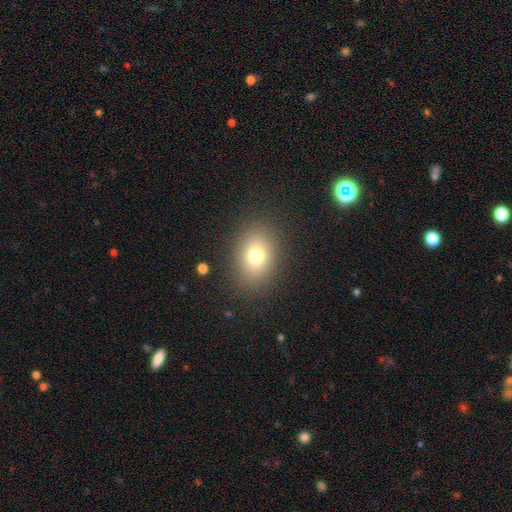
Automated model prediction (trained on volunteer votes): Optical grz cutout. It shows a smooth galaxy with no disk features (74%) that is in between round and cigar-shaped (70%). Merging: none (86%).